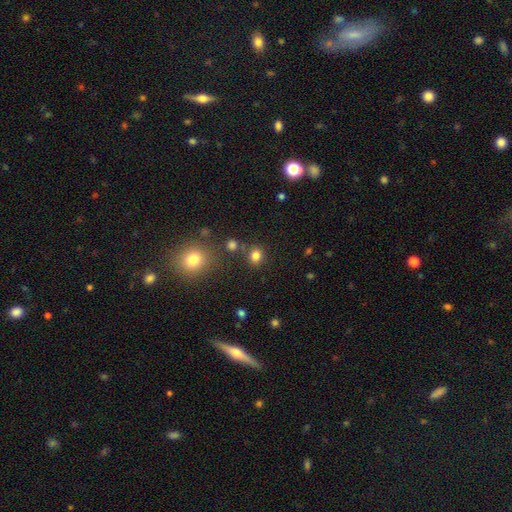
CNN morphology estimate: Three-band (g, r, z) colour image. It shows a smooth galaxy with no disk features (80%) that is round (75%). Merging: none (79%).